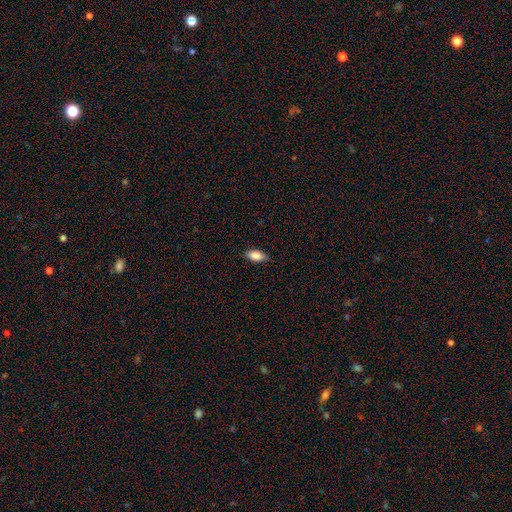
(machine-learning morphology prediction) type=smooth (84%); roundness=in between (86%); merging=none (82%).